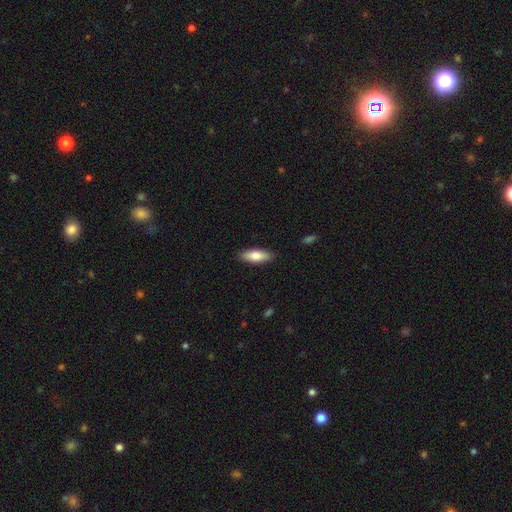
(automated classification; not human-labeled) Smooth or featured? smooth (76%)
How rounded? in between (62%)
Merging? none (89%)